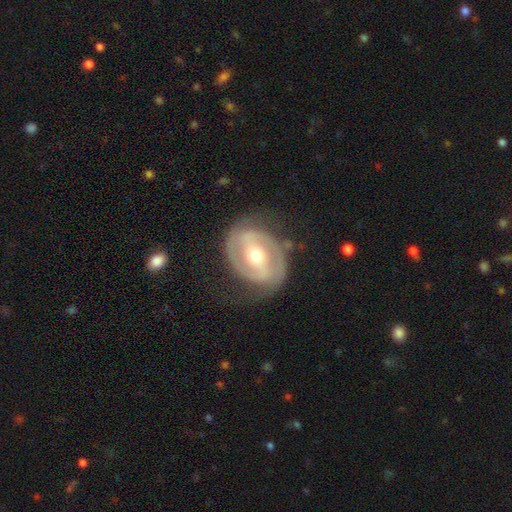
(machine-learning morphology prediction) The model was most divided on "spiral winding": tight: 46%, medium: 41%, loose: 13%. Remaining: edge-on disk — no (97%); spiral arms — yes (89%); spiral arm count — 2 (87%); smooth or featured — featured or disk (86%); merging — none (73%); bulge size — moderate (69%); bar — strong (43%).